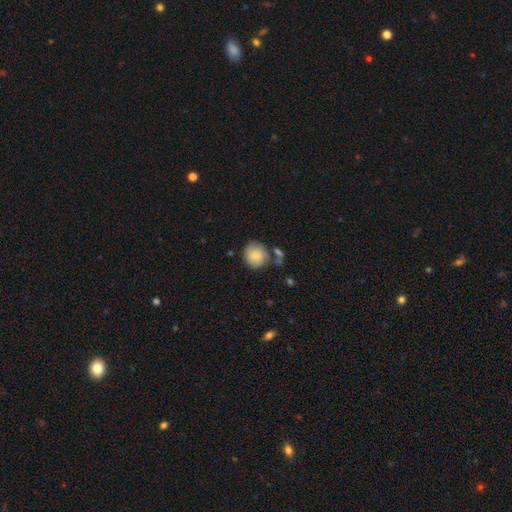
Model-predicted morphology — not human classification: The model was most divided on "merging": none: 63%, minor disturbance: 19%, merger: 12%, major disturbance: 6%. More confident: how rounded — round (88%); smooth or featured — smooth (79%).